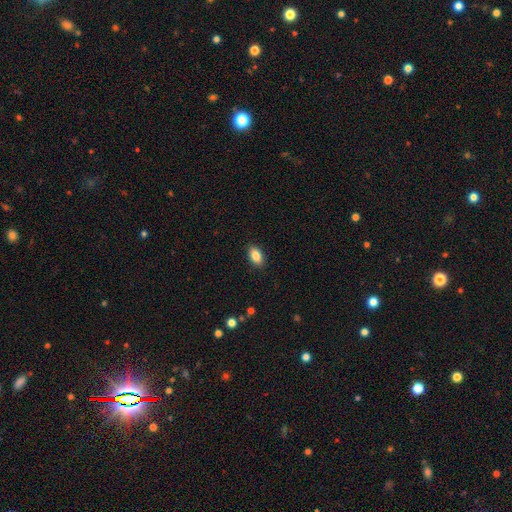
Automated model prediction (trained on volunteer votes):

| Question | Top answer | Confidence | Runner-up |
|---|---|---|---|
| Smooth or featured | smooth | 86% | star or artifact (8%) |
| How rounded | in between | 91% | round (8%) |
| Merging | none | 89% | minor disturbance (8%) |